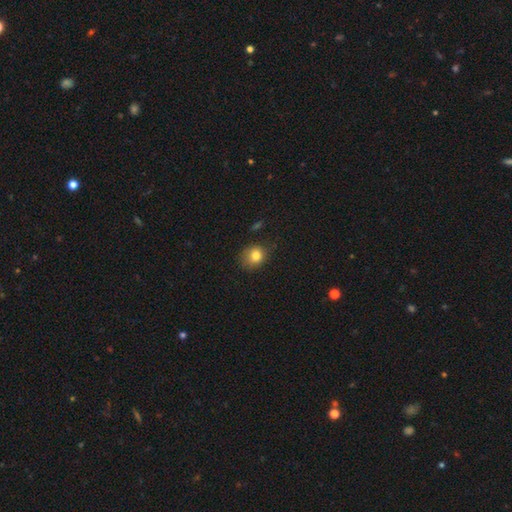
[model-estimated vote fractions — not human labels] smooth 81%, star or artifact 11%, featured or disk 8%. Down the decision tree: how rounded — round (63%); merging — none (67%).